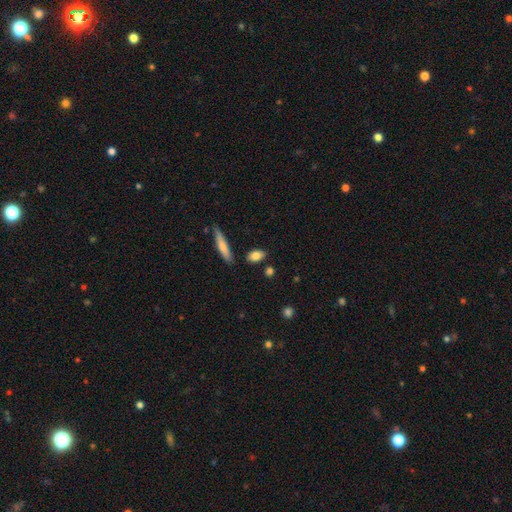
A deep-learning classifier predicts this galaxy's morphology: smooth 82%, featured or disk 11%, star or artifact 7%. Down the decision tree: how rounded — in between (81%); merging — none (80%).